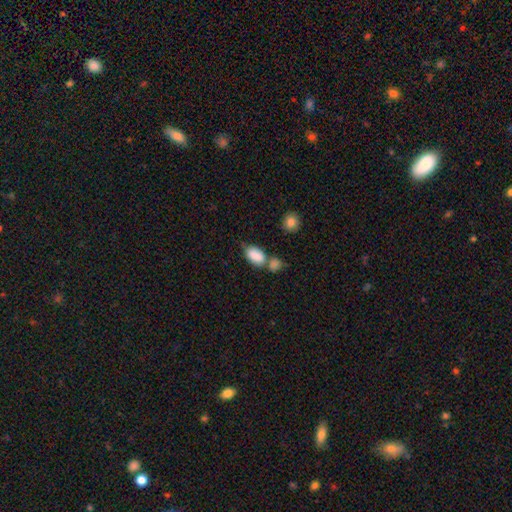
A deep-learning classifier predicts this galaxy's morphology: type=smooth (86%); roundness=in between (91%); merging=none (43%).